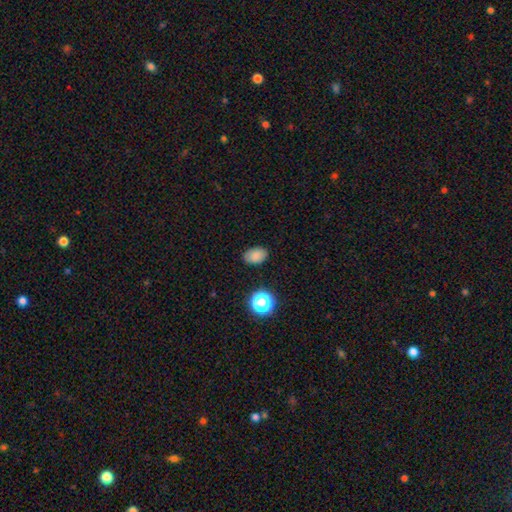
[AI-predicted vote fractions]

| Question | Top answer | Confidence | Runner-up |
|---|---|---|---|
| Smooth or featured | smooth | 83% | star or artifact (12%) |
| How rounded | in between | 82% | round (17%) |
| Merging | none | 84% | minor disturbance (12%) |